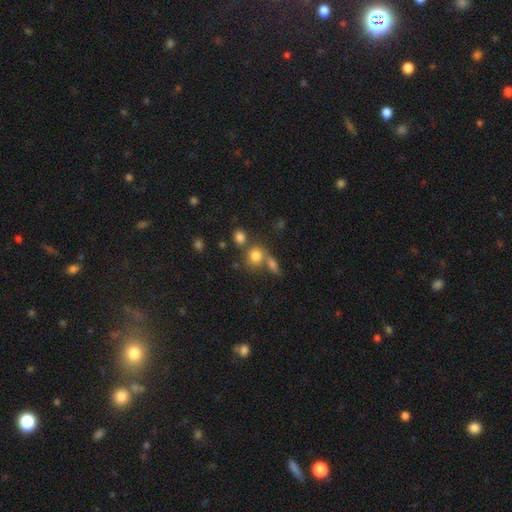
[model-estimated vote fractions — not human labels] The model was most divided on "merging": none: 52%, merger: 33%, minor disturbance: 10%, major disturbance: 5%. More confident: smooth or featured — smooth (79%); how rounded — round (69%).